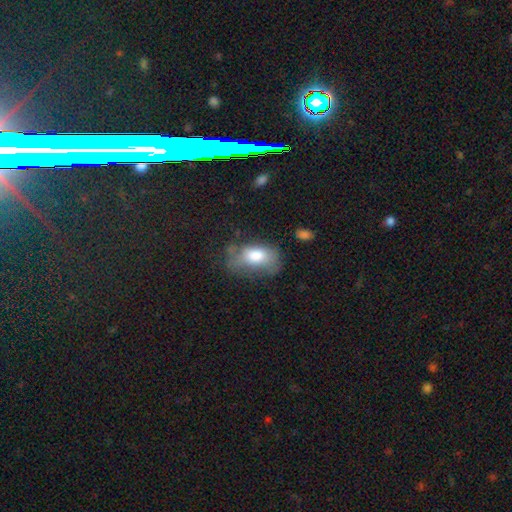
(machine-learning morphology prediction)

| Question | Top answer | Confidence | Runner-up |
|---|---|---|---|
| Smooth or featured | smooth | 72% | featured or disk (20%) |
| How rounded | in between | 89% | round (8%) |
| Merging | none | 40% | minor disturbance (32%) |